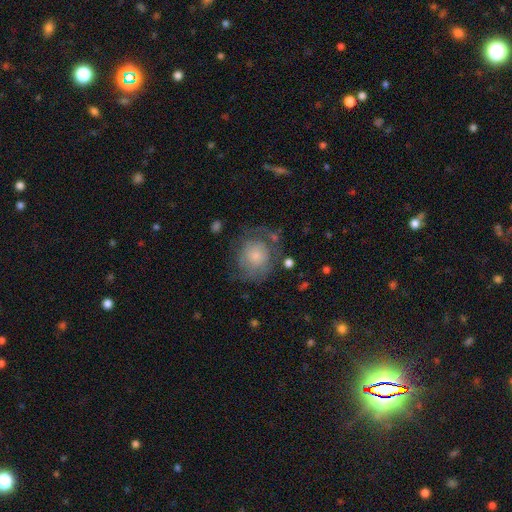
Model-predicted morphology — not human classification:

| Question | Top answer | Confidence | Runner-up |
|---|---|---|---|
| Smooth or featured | smooth | 57% | featured or disk (35%) |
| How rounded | round | 84% | in between (15%) |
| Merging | none | 54% | minor disturbance (23%) |